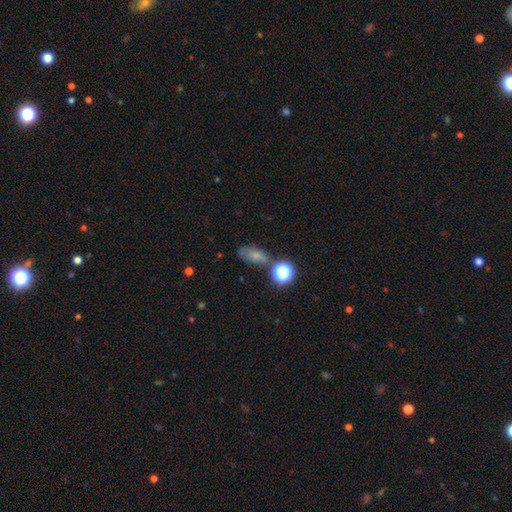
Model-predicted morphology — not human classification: Overall: smooth (64%). How rounded: in between (77%). Merging: none (54%; minor disturbance 23%).